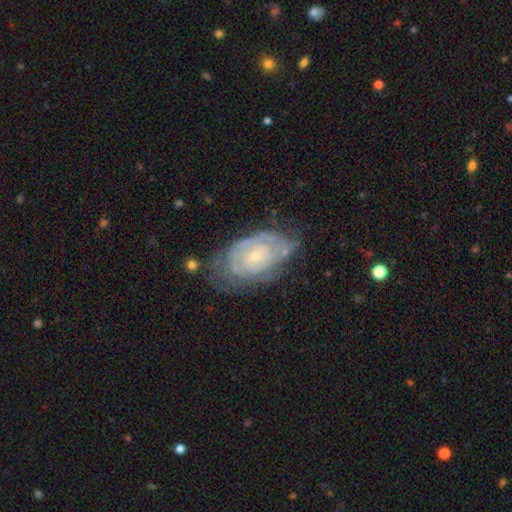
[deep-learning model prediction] smooth-or-featured: featured or disk: 77% | smooth: 17% | star or artifact: 6%
  disk-edge-on: no: 95% | yes: 5%
    bar: no: 77% | weak: 20% | strong: 4%
    has-spiral-arms: yes: 81% | no: 19%
      spiral-winding: tight: 75% | medium: 19% | loose: 6%
      spiral-arm-count: can't tell: 53% | 2: 25% | 3: 9% | 1: 6% | 4: 5% | more than 4: 3%
    bulge-size: small: 72% | moderate: 23% | none: 3% | large: 2% | dominant: 1%
  merging: none: 57% | minor disturbance: 28% | major disturbance: 13% | merger: 3%